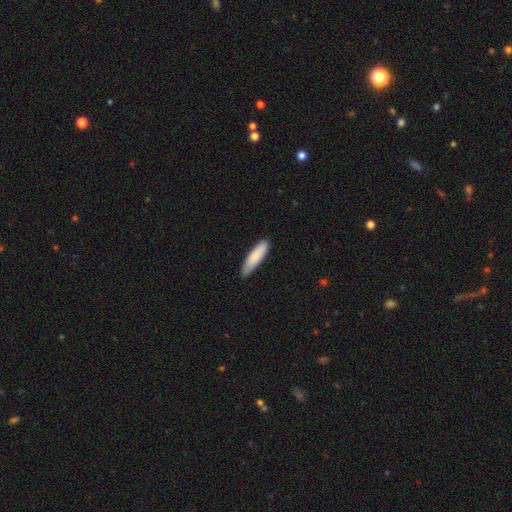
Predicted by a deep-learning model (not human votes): Smooth or featured? Predicted: smooth (p=0.84). How rounded? Predicted: cigar-shaped (p=0.67). Merging? Predicted: none (p=0.75).